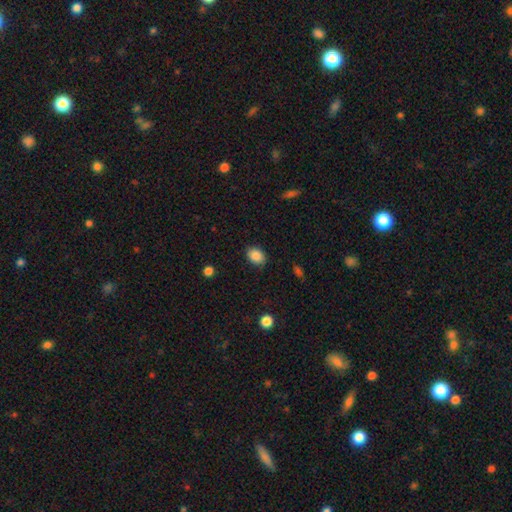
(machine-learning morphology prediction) This is clearly a smooth galaxy (87%). How rounded: likely in between (67%). Merging: clearly none (83%).